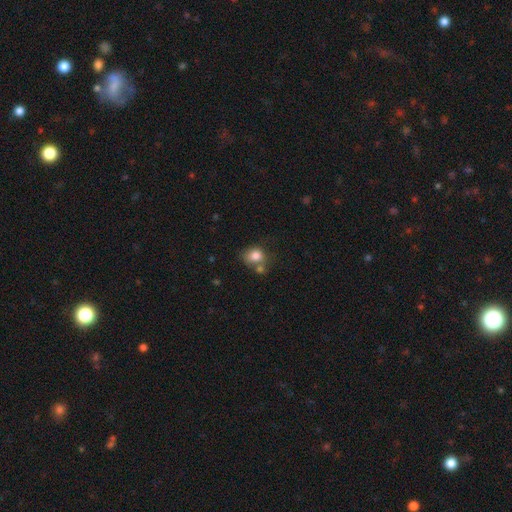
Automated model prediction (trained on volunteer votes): This is clearly a smooth galaxy (81%). How rounded: likely round (65%). Merging: possibly none (46%).